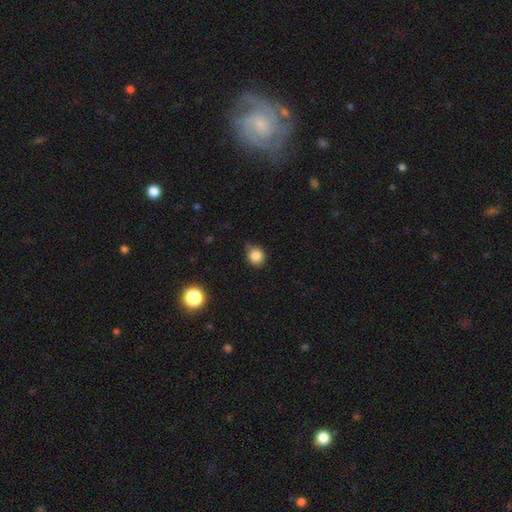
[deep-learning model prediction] Smooth or featured: smooth — 84% (star or artifact — 11%)
How rounded: round — 83% (in between — 16%)
Merging: none — 63% (minor disturbance — 29%)